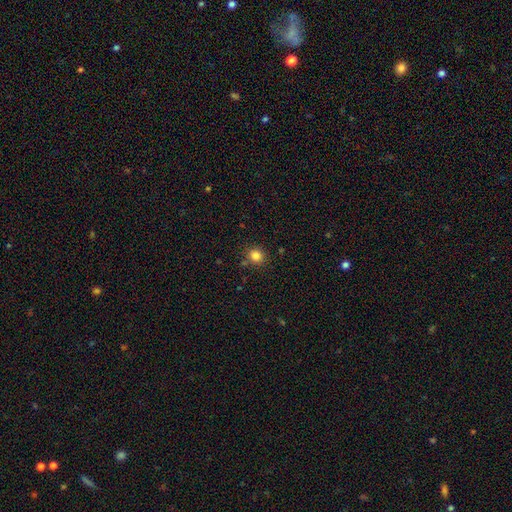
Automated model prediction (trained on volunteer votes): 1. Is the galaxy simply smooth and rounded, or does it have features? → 83% smooth, 12% star or artifact, 5% featured or disk.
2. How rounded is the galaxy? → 89% round, 10% in between, 1% cigar-shaped.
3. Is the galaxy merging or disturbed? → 83% none, 10% minor disturbance, 4% merger, 3% major disturbance.